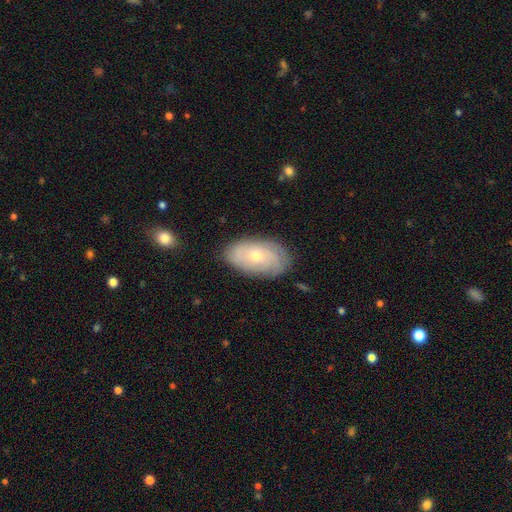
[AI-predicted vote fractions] Smooth or featured? featured or disk (51%)
Edge-on disk? no (91%)
Merging? none (80%)